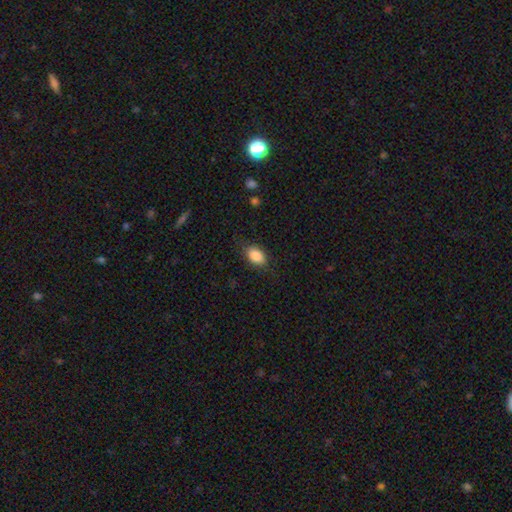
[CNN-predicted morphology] Overall: smooth (87%). How rounded: in between (87%). Merging: none (81%).